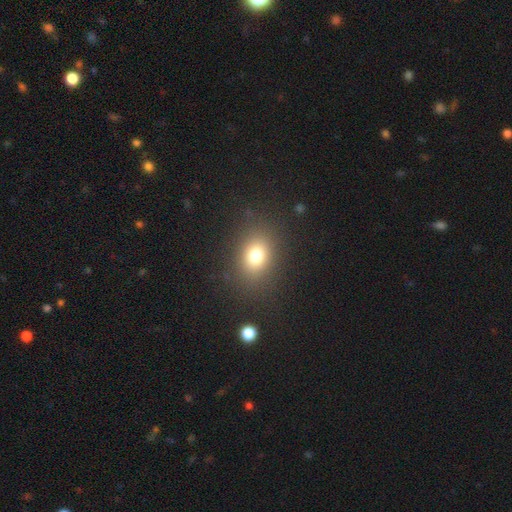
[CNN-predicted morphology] Q: Smooth or featured?
A: smooth (76%); runner-up: star or artifact (14%)
Q: How rounded?
A: in between (58%); runner-up: round (41%)
Q: Merging?
A: none (84%); runner-up: minor disturbance (9%)